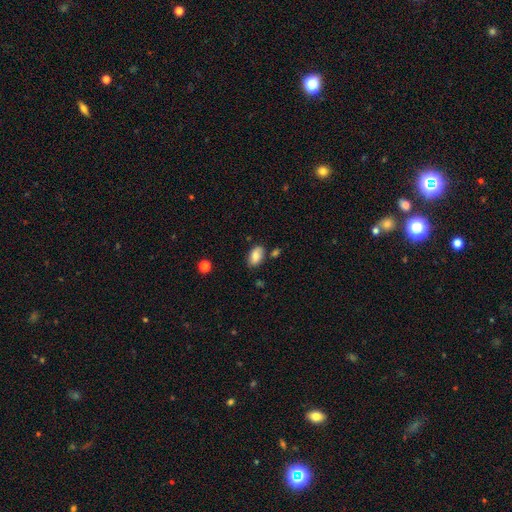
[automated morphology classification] smooth 82%, featured or disk 10%, star or artifact 8%. Down the decision tree: how rounded — in between (92%); merging — none (75%).